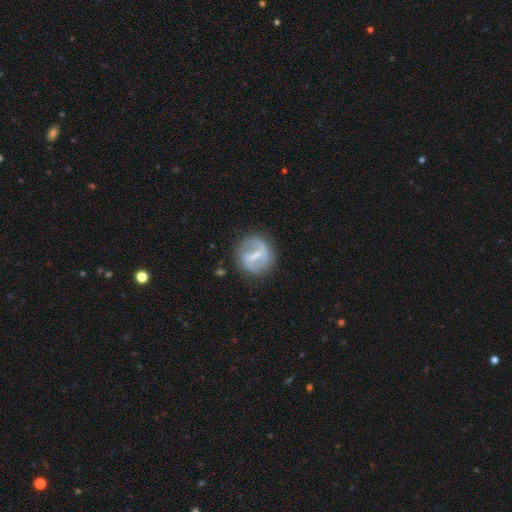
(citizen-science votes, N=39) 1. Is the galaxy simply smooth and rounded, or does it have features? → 77% featured or disk, 21% smooth, 3% star or artifact.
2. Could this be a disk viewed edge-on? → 97% no, 3% yes.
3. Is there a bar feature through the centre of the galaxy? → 69% strong, 28% weak, 3% no.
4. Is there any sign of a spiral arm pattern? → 72% yes, 28% no.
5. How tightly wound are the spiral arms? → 62% loose, 33% medium, 5% tight.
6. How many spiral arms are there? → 90% 2, 5% 3, 5% can't tell, 0% 1, 0% 4, 0% more than 4.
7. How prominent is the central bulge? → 45% moderate, 28% small, 17% none, 10% large, 0% dominant.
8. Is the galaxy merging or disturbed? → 82% none, 11% minor disturbance, 5% major disturbance, 3% merger.